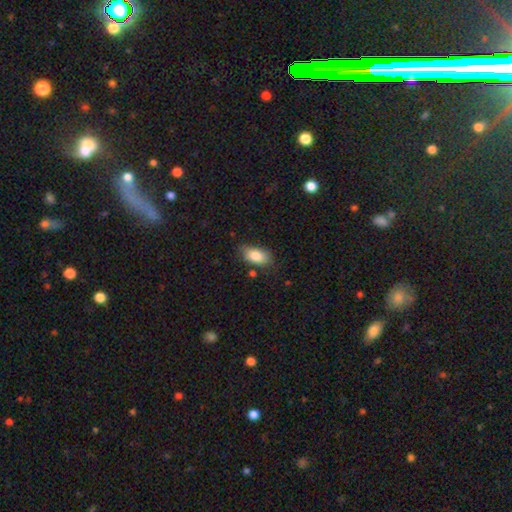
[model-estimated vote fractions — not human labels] Morphology: type=smooth (84%); roundness=in between (91%); merging=none (73%).